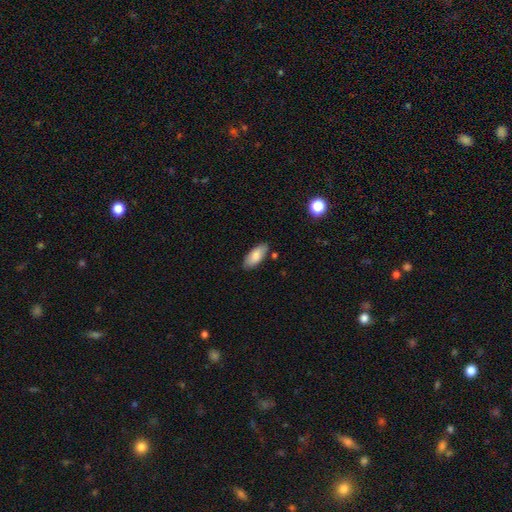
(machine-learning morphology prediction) Overall: smooth (83%). How rounded: in between (86%). Merging: none (82%).